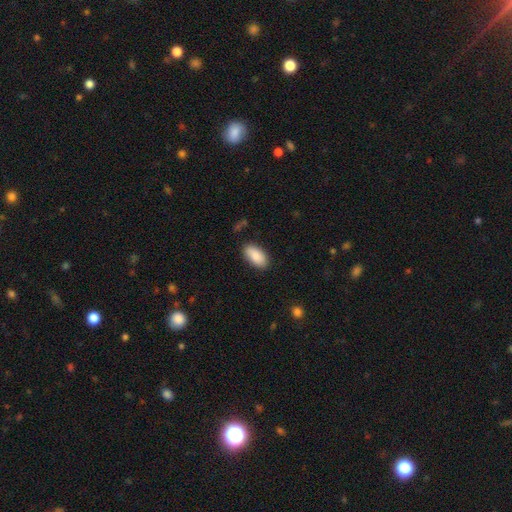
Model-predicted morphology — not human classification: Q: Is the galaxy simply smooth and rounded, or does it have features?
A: smooth — 87%.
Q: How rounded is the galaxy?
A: in between — 93%.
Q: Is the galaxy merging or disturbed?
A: none — 85%.